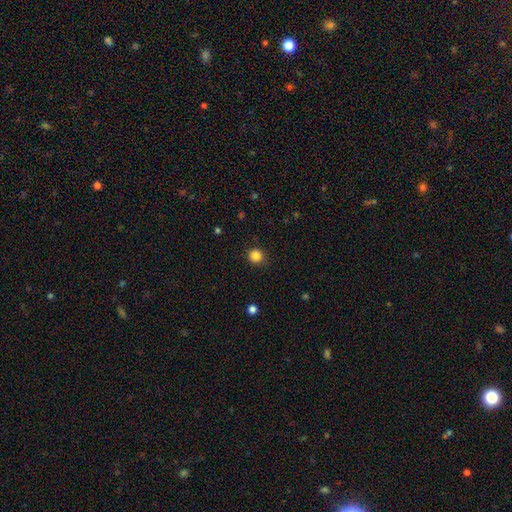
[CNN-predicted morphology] smooth-or-featured: smooth: 84% | star or artifact: 12% | featured or disk: 4%
  how-rounded: round: 91% | in between: 8% | cigar-shaped: 1%
  merging: none: 87% | minor disturbance: 9% | major disturbance: 2% | merger: 1%